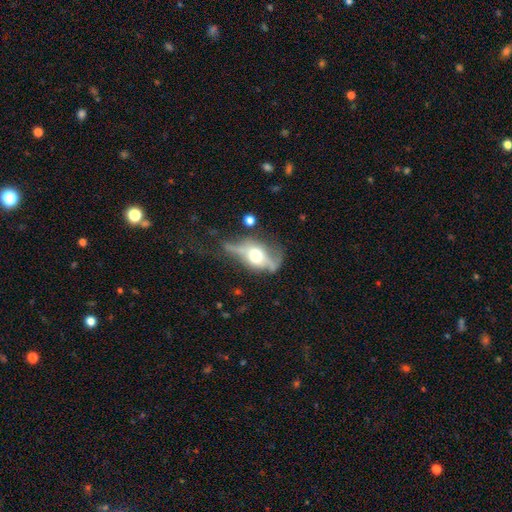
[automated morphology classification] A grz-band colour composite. It shows a featured or disk galaxy (62%) viewed edge-on (55%). Merging: none (39%).